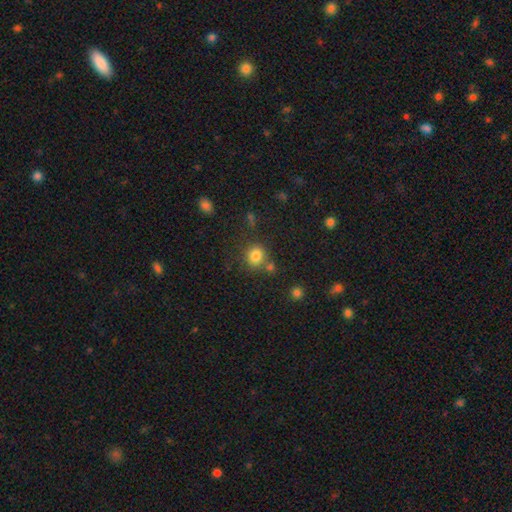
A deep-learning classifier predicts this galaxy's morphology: smooth-or-featured: smooth: 82% | star or artifact: 12% | featured or disk: 6%
  how-rounded: round: 76% | in between: 23% | cigar-shaped: 1%
  merging: none: 69% | merger: 15% | minor disturbance: 12% | major disturbance: 4%